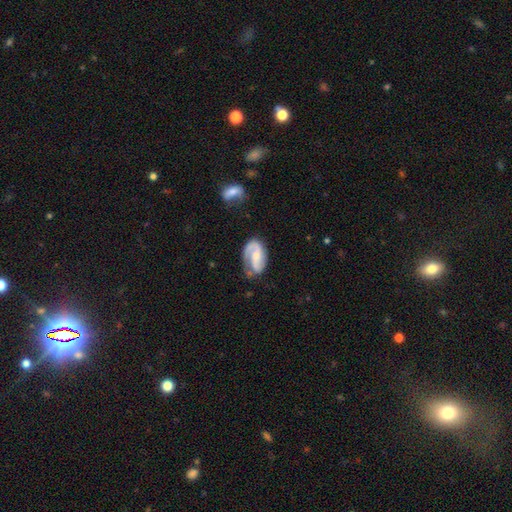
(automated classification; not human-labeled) The model was most divided on "bulge size": small: 41%, moderate: 36%, none: 16%, large: 6%, dominant: 2%. Remaining: edge-on disk — no (97%); spiral arms — yes (95%); smooth or featured — featured or disk (80%); spiral arm count — 2 (76%); merging — none (59%); spiral winding — medium (45%); bar — no (45%).